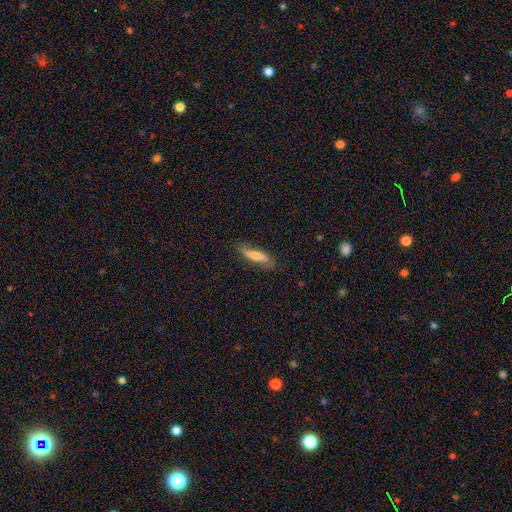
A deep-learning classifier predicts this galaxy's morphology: smooth 57%, featured or disk 35%, star or artifact 7%. Down the decision tree: how rounded — cigar-shaped (68%); merging — none (76%).